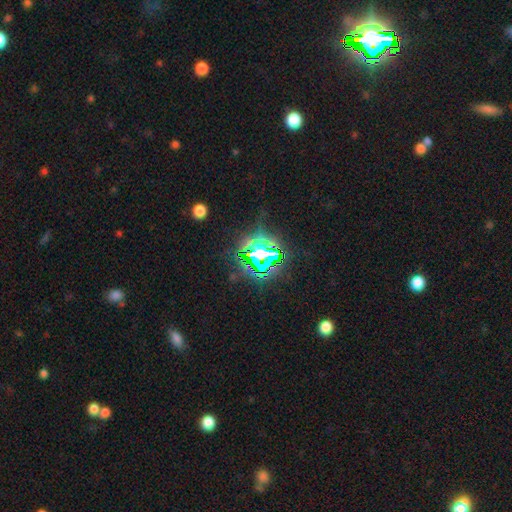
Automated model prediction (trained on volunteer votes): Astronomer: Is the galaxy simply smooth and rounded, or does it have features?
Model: star or artifact — 73%.